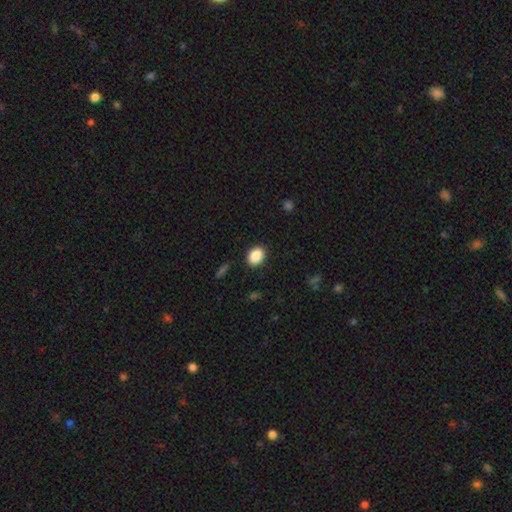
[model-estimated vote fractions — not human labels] smooth-or-featured: smooth: 88% | star or artifact: 8% | featured or disk: 4%
  how-rounded: in between: 68% | round: 31% | cigar-shaped: 1%
  merging: none: 89% | minor disturbance: 8% | major disturbance: 2% | merger: 1%